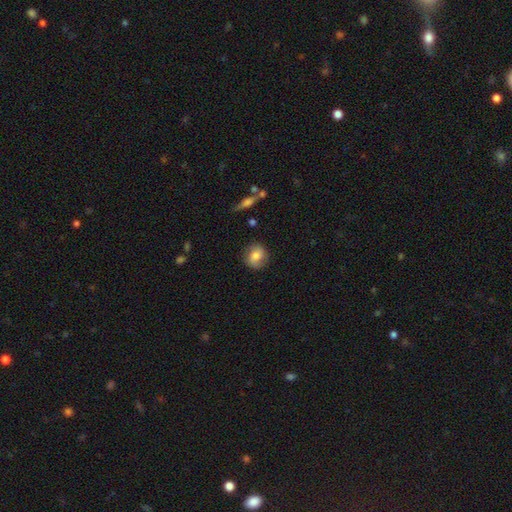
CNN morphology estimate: smooth-or-featured: smooth: 70% | featured or disk: 21% | star or artifact: 8%
  how-rounded: round: 77% | in between: 21% | cigar-shaped: 1%
  merging: none: 82% | minor disturbance: 13% | major disturbance: 3% | merger: 2%